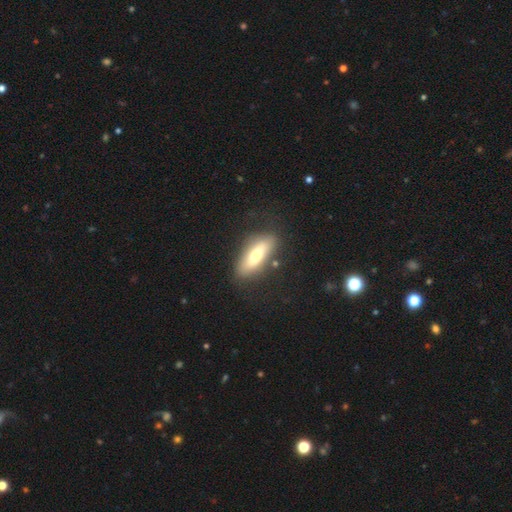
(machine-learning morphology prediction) smooth-or-featured: smooth: 62% | featured or disk: 31% | star or artifact: 7%
  how-rounded: in between: 61% | cigar-shaped: 37% | round: 2%
  merging: none: 77% | minor disturbance: 15% | major disturbance: 5% | merger: 3%